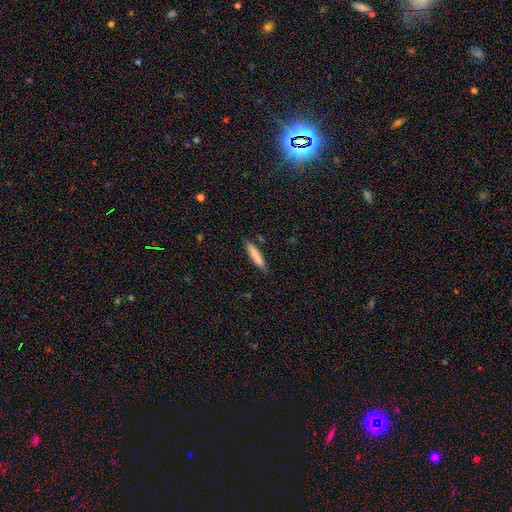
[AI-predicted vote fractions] Smooth or featured? Predicted: smooth (p=0.82). How rounded? Predicted: cigar-shaped (p=0.83). Merging? Predicted: none (p=0.84).